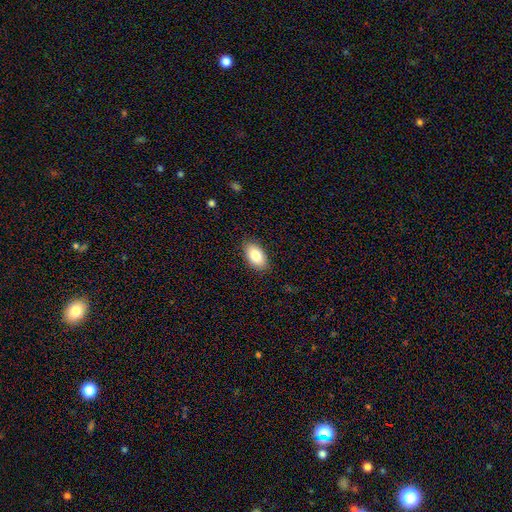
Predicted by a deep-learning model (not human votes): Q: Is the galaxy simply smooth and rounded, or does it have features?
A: smooth — 84%.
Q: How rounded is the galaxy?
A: in between — 94%.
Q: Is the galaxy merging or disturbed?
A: none — 88%.